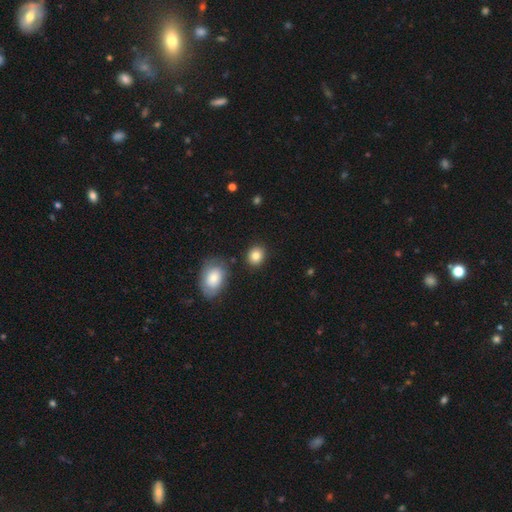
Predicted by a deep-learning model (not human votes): Smooth or featured?
  - smooth: 85% *
  - star or artifact: 9%
  - featured or disk: 6%
How rounded?
  - round: 64% *
  - in between: 35%
  - cigar-shaped: 1%
Merging?
  - none: 84% *
  - minor disturbance: 9%
  - merger: 4%
  - major disturbance: 3%